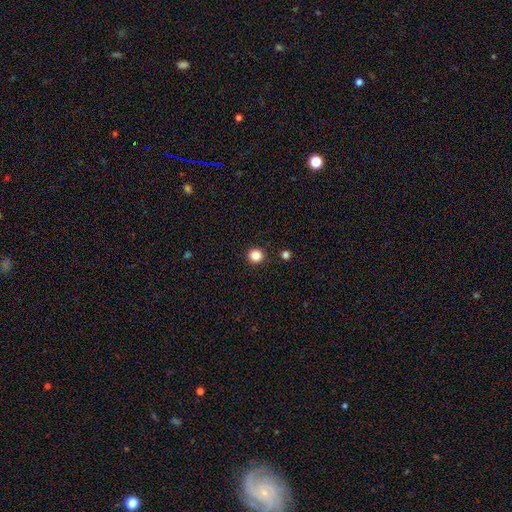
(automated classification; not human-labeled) A smooth galaxy with no disk features (85%) that is round (93%). Merging: none (92%).